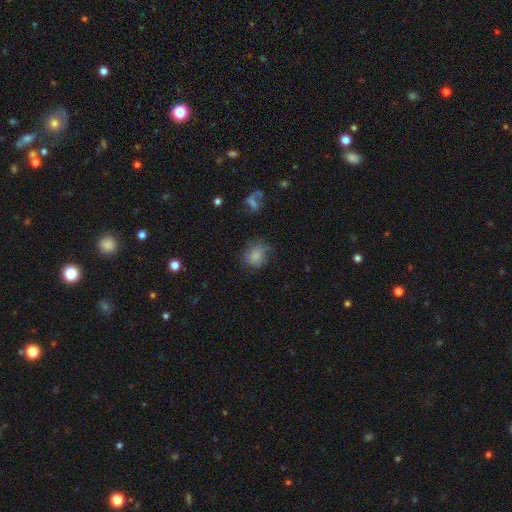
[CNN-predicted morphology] This is likely a smooth galaxy (75%). How rounded: likely round (74%). Merging: possibly none (58%).